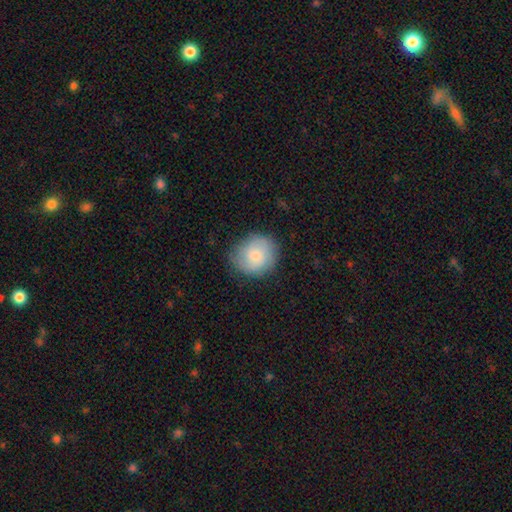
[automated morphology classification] Smooth or featured? Predicted: smooth (p=0.75). How rounded? Predicted: round (p=0.82). Merging? Predicted: none (p=0.78).